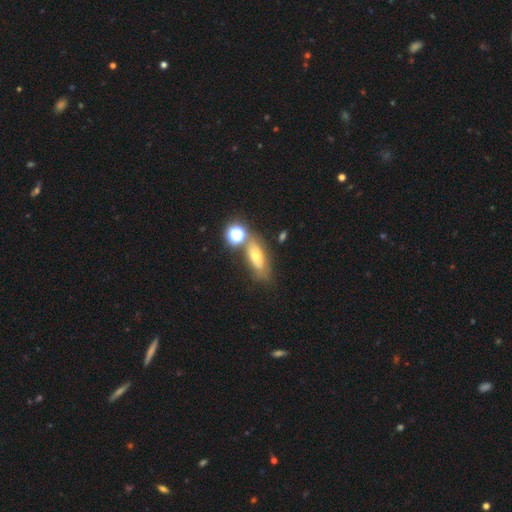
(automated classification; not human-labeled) smooth 51%, featured or disk 31%, star or artifact 18%. Down the decision tree: how rounded — in between (61%); merging — none (59%).